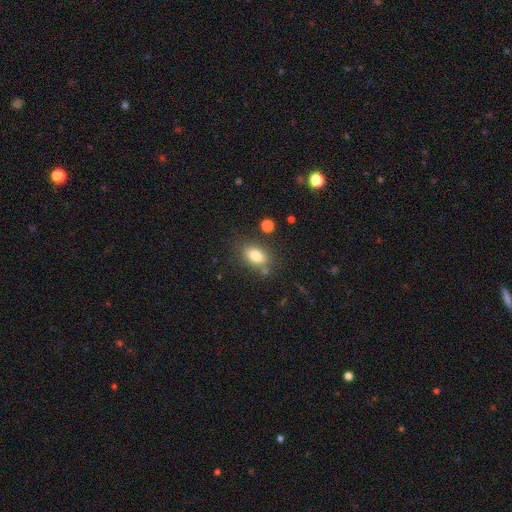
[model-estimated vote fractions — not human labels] A smooth galaxy with no disk features (81%) that is in between round and cigar-shaped (85%). Merging: none (74%).